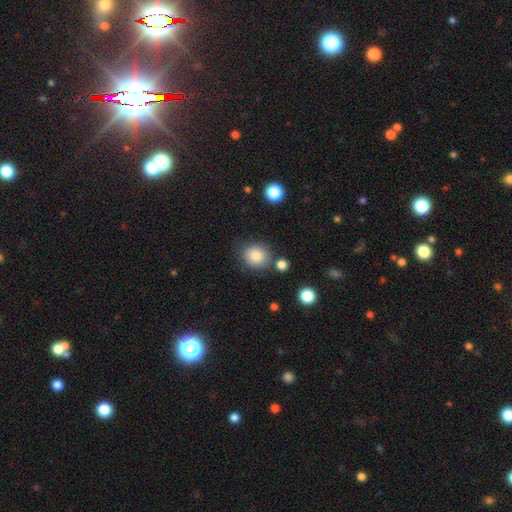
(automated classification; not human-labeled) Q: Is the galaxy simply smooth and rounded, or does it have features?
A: smooth — 82%.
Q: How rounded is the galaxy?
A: round — 78%.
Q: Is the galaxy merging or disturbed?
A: none — 76%.